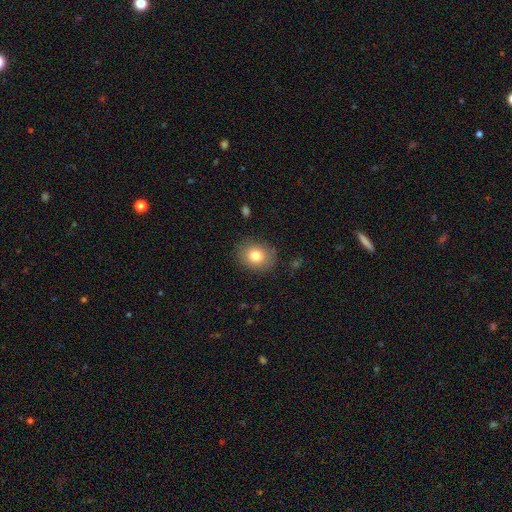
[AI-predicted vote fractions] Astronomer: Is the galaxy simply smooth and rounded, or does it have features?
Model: smooth — 80%.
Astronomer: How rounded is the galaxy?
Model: round — 60% (runner-up: in between, 39%).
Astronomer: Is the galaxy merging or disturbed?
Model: none — 85%.